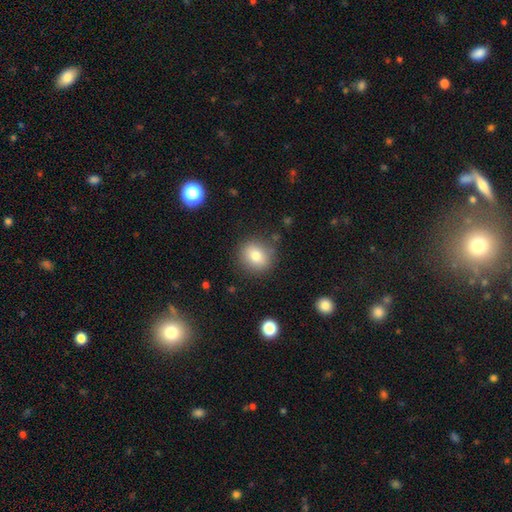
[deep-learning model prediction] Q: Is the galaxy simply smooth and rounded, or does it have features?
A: smooth — 79%.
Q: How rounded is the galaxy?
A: round — 77%.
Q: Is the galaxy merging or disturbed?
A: none — 83%.